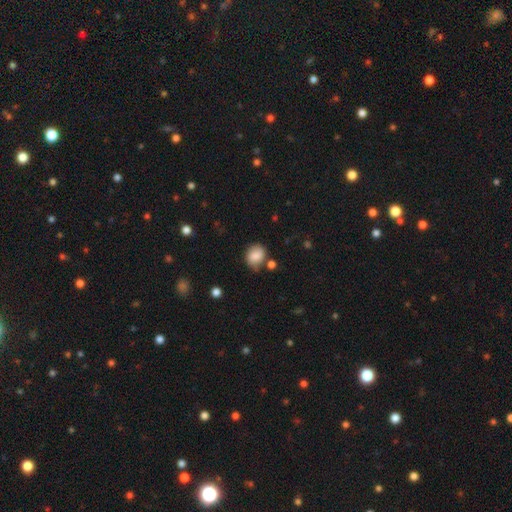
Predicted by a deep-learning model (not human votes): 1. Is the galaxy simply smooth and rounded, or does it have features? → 84% smooth, 9% star or artifact, 7% featured or disk.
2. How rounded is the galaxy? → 56% round, 43% in between, 1% cigar-shaped.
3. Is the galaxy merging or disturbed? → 63% none, 23% minor disturbance, 7% merger, 6% major disturbance.